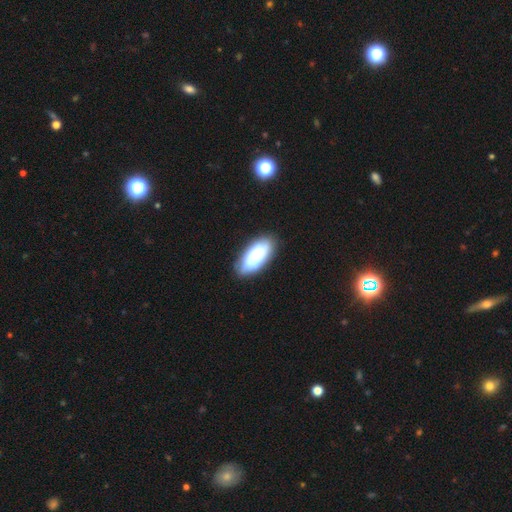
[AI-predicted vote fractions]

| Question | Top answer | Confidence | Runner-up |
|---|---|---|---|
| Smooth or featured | smooth | 83% | featured or disk (11%) |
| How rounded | in between | 87% | cigar-shaped (11%) |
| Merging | none | 83% | minor disturbance (13%) |